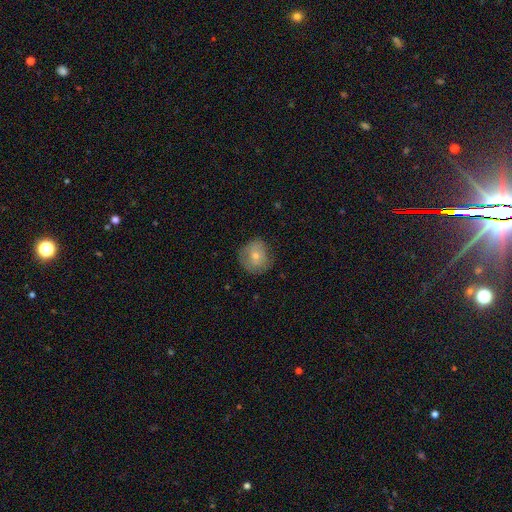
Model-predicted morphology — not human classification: Smooth or featured?
  - smooth: 62% *
  - featured or disk: 27%
  - star or artifact: 11%
How rounded?
  - round: 86% *
  - in between: 13%
  - cigar-shaped: 1%
Merging?
  - none: 78% *
  - minor disturbance: 17%
  - major disturbance: 4%
  - merger: 1%